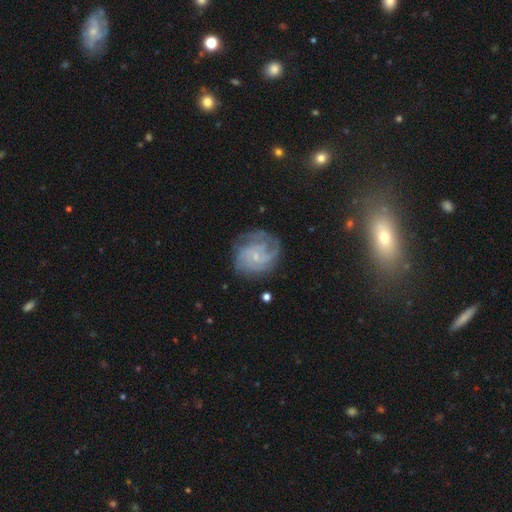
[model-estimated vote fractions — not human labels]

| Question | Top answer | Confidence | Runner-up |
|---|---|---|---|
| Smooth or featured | featured or disk | 78% | smooth (14%) |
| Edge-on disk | no | 98% | yes (2%) |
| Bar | no | 68% | weak (28%) |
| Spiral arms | yes | 93% | no (7%) |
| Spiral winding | tight | 54% | medium (35%) |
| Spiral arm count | can't tell | 35% | 3 (23%) |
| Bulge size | small | 77% | moderate (13%) |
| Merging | none | 67% | minor disturbance (20%) |